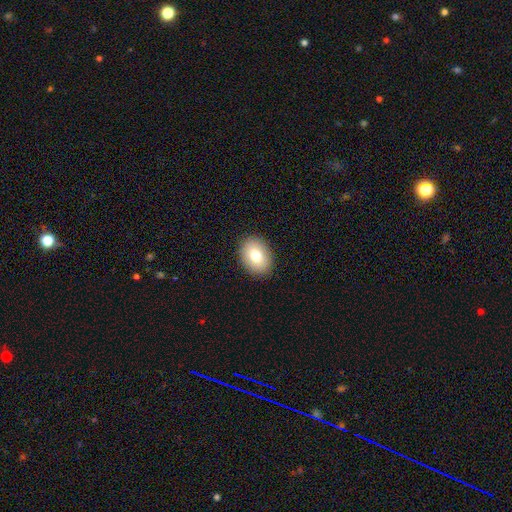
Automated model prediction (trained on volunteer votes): smooth-or-featured: smooth: 78% | featured or disk: 13% | star or artifact: 9%
  how-rounded: in between: 67% | round: 32% | cigar-shaped: 1%
  merging: none: 90% | minor disturbance: 7% | major disturbance: 2% | merger: 1%